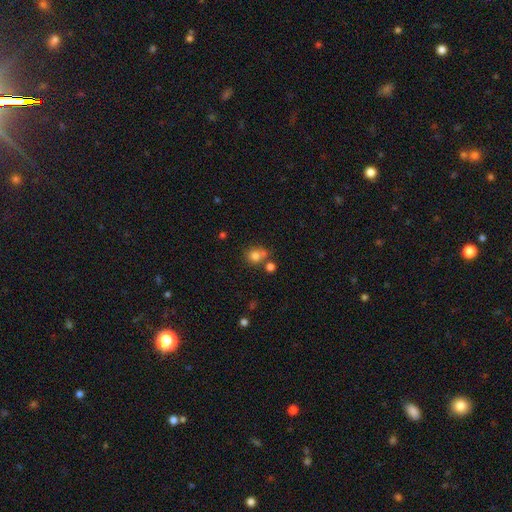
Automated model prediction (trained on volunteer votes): Morphology: type=smooth (79%); roundness=round (80%); merging=none (57%).